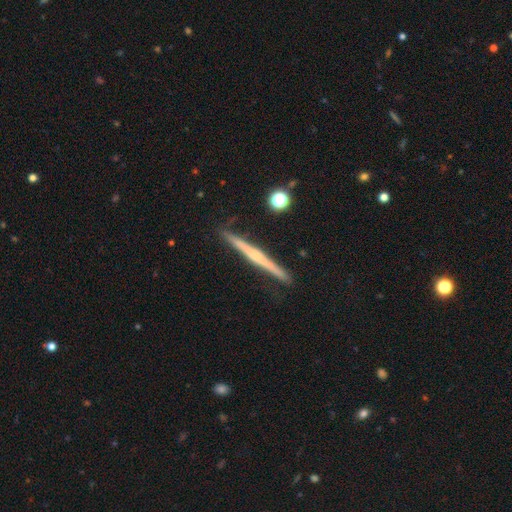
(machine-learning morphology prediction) A featured or disk galaxy (70%) viewed edge-on (98%) with a rounded central bulge (49%).

Vote fractions:
- Smooth or featured? featured or disk: 70% / smooth: 24% / star or artifact: 6%
- Edge-on disk? yes: 98% / no: 2%
- Edge-on bulge? rounded: 49% / none: 40% / boxy: 12%
- Merging? none: 90% / minor disturbance: 7% / merger: 2% / major disturbance: 1%